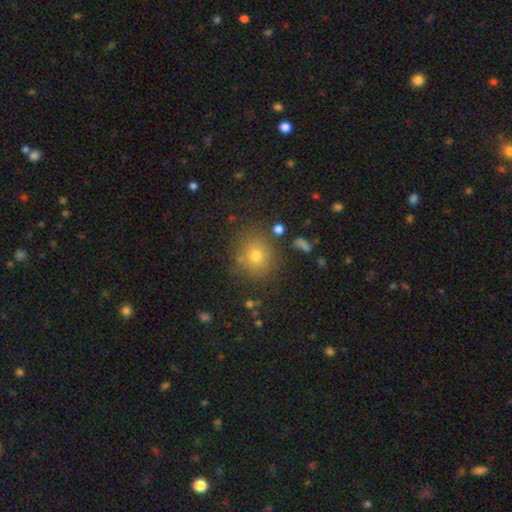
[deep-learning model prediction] Smooth or featured? smooth (73%)
How rounded? round (77%)
Merging? none (82%)